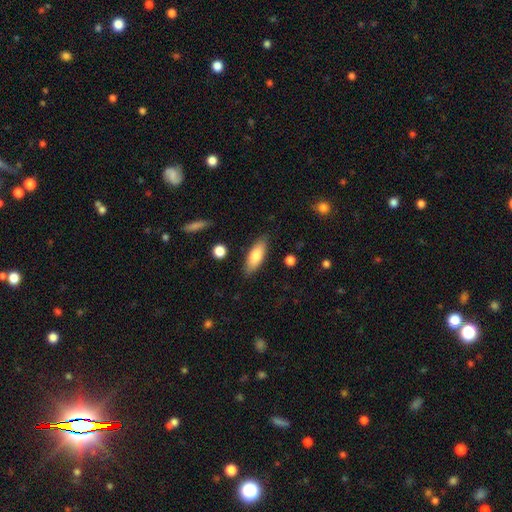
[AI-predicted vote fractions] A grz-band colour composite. It shows a smooth galaxy with no disk features (79%) that is in between round and cigar-shaped (68%). Merging: none (85%).